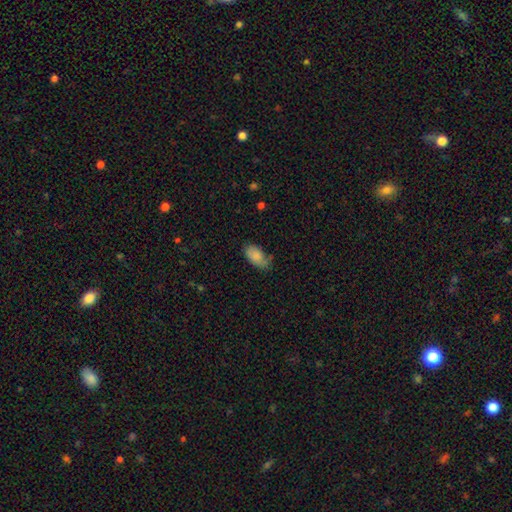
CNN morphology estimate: This is clearly a smooth galaxy (83%). How rounded: clearly in between (93%). Merging: possibly none (58%).